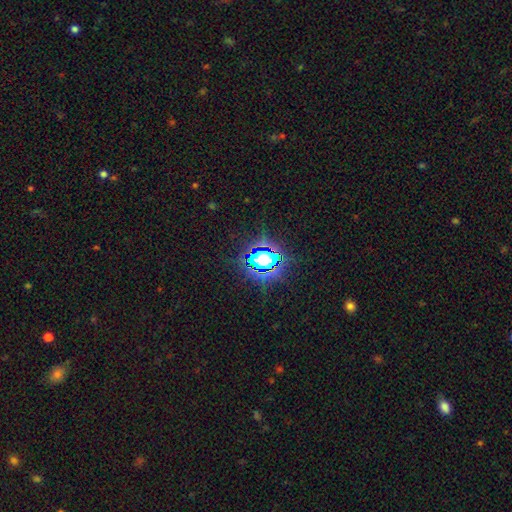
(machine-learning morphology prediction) Smooth or featured? star or artifact (74%)